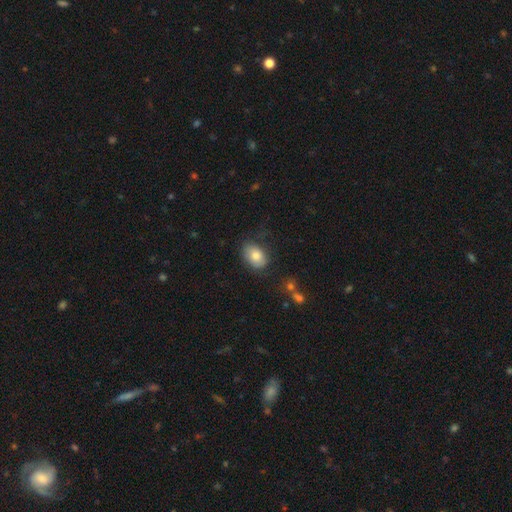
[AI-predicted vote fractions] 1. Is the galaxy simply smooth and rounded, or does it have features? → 81% smooth, 12% featured or disk, 7% star or artifact.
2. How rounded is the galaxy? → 81% in between, 18% round, 1% cigar-shaped.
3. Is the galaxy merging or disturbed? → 68% none, 23% minor disturbance, 7% major disturbance, 2% merger.